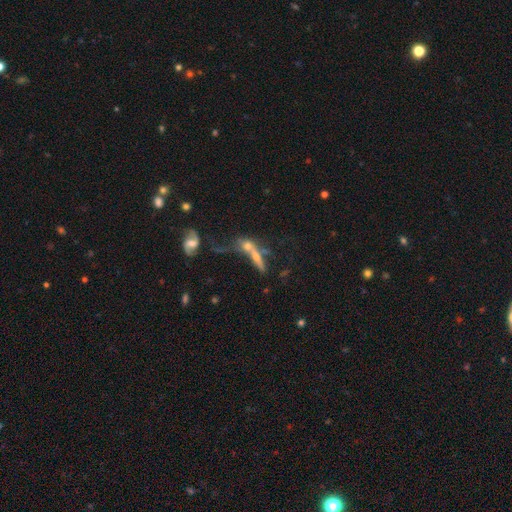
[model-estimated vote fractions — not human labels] Smooth or featured?
  - featured or disk: 54% *
  - smooth: 33%
  - star or artifact: 12%
Edge-on disk?
  - yes: 53% *
  - no: 47%
Merging?
  - merger: 54% *
  - none: 26%
  - major disturbance: 11%
  - minor disturbance: 10%